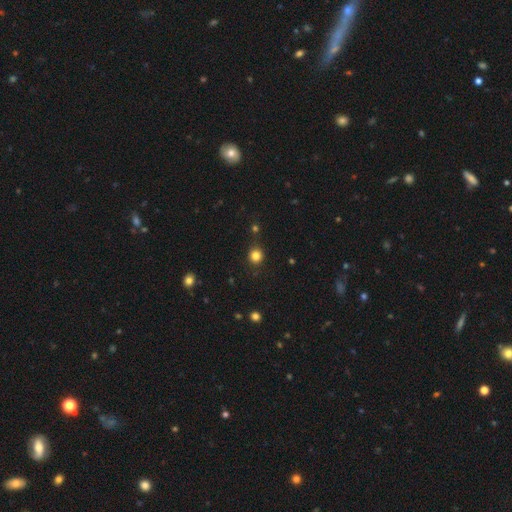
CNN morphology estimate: This is clearly a smooth galaxy (82%). How rounded: clearly round (91%). Merging: clearly none (87%).